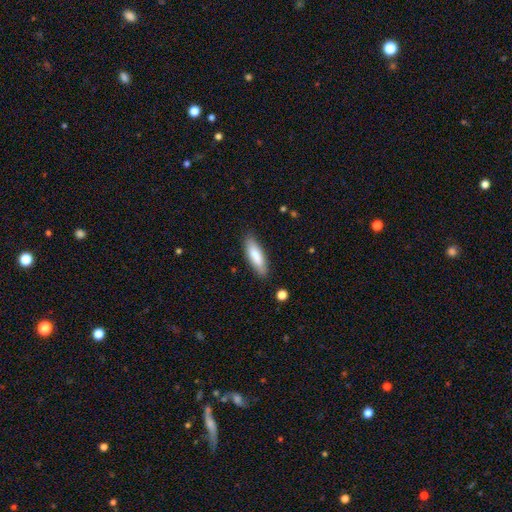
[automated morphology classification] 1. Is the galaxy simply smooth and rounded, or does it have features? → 80% smooth, 14% featured or disk, 6% star or artifact.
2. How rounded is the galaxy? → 50% cigar-shaped, 48% in between, 1% round.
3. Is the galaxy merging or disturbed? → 85% none, 11% minor disturbance, 2% major disturbance, 2% merger.